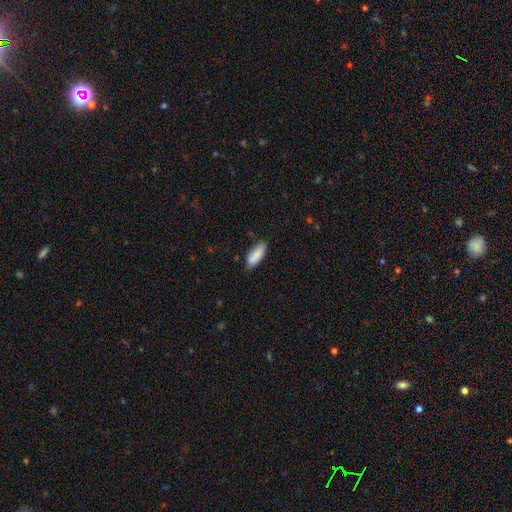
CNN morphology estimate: This is clearly a smooth galaxy (86%). How rounded: likely in between (72%). Merging: likely none (73%).